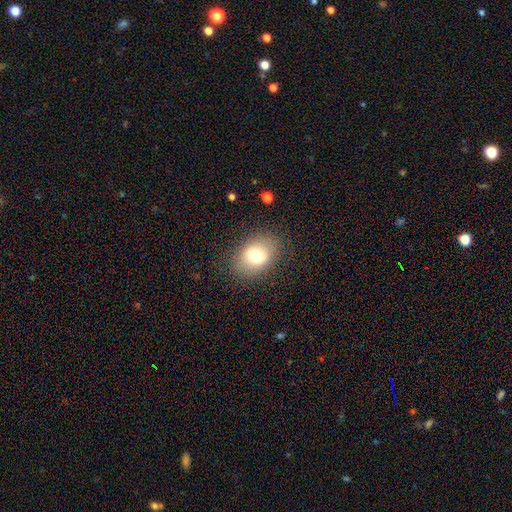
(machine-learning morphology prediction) Smooth or featured: smooth — 71% (featured or disk — 19%)
How rounded: in between — 72% (round — 27%)
Merging: none — 81% (minor disturbance — 13%)